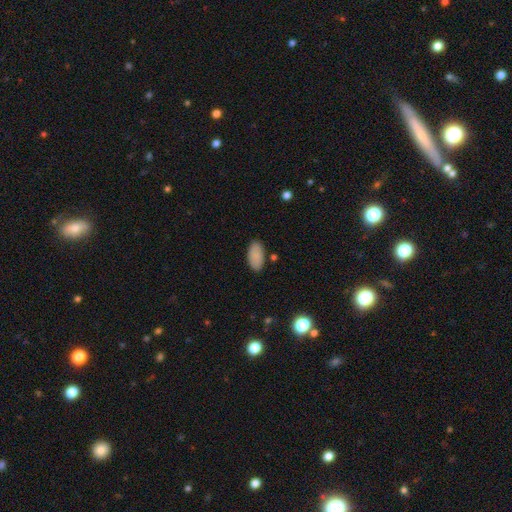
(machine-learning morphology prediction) Smooth or featured? Predicted: smooth (p=0.87). How rounded? Predicted: in between (p=0.94). Merging? Predicted: none (p=0.85).